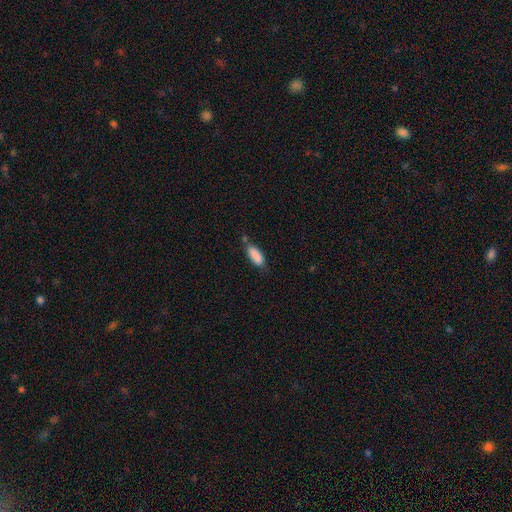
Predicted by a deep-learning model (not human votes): Smooth or featured?
  - smooth: 89% *
  - star or artifact: 6%
  - featured or disk: 5%
How rounded?
  - in between: 73% *
  - cigar-shaped: 25%
  - round: 2%
Merging?
  - none: 66% *
  - minor disturbance: 22%
  - merger: 8%
  - major disturbance: 4%